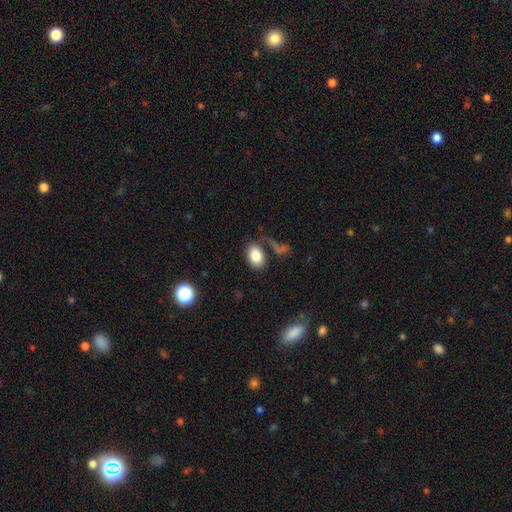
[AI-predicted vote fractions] Smooth or featured? Predicted: smooth (p=0.85). How rounded? Predicted: in between (p=0.88). Merging? Predicted: none (p=0.69).